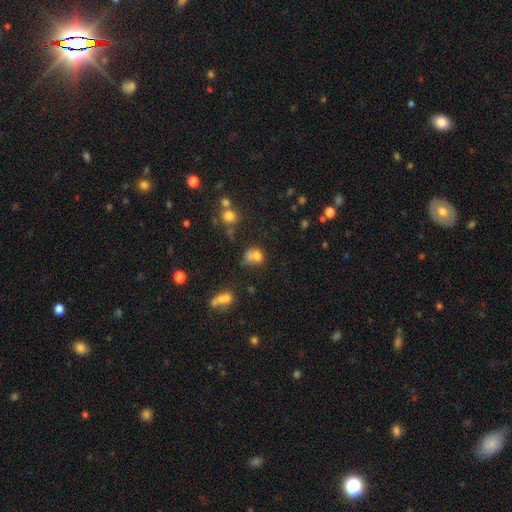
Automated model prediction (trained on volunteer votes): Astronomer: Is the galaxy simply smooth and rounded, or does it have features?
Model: smooth — 69%.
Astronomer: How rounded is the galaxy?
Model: round — 56% (runner-up: in between, 43%).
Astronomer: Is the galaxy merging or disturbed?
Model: merger — 45% (runner-up: none, 31%).